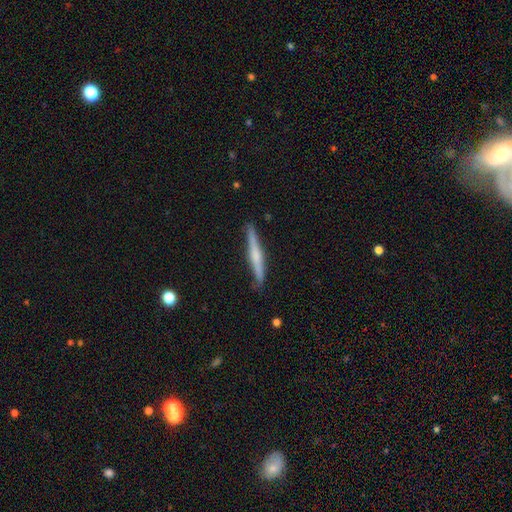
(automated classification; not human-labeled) This appears to be a featured or disk galaxy (58%) viewed edge-on (97%) with a rounded central bulge (57%). Merging: none (88%).